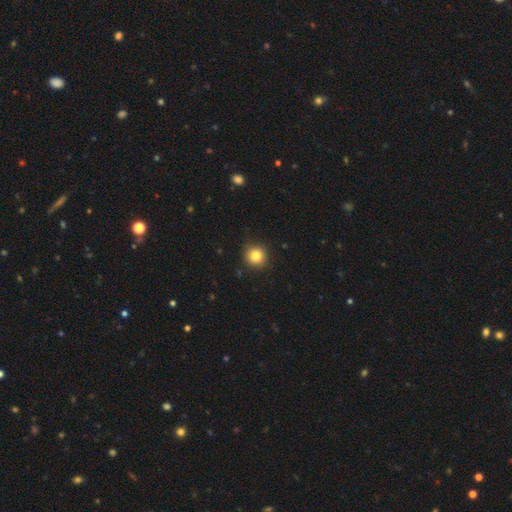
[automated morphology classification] The model was most divided on "smooth or featured": smooth: 83%, star or artifact: 11%, featured or disk: 6%. More confident: how rounded — round (92%); merging — none (87%).